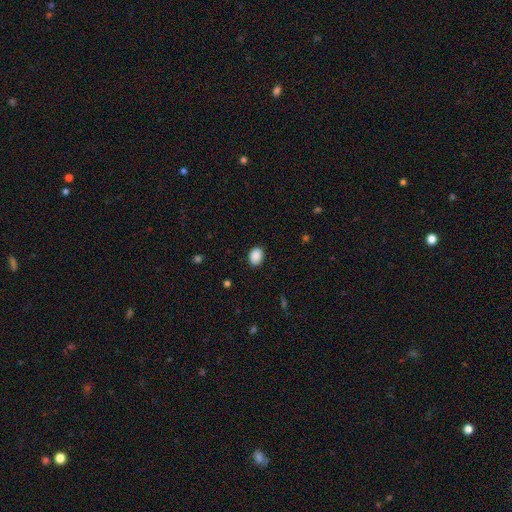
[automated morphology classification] Smooth or featured: smooth — 90% (star or artifact — 8%)
How rounded: in between — 65% (round — 34%)
Merging: none — 89% (minor disturbance — 8%)